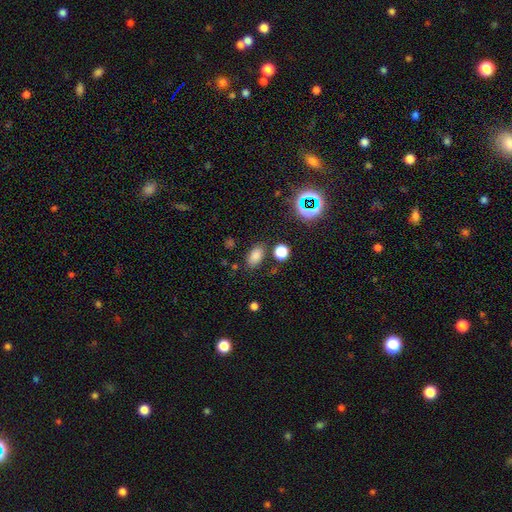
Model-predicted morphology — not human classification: smooth 78%, star or artifact 15%, featured or disk 6%. Down the decision tree: how rounded — in between (88%); merging — none (78%).